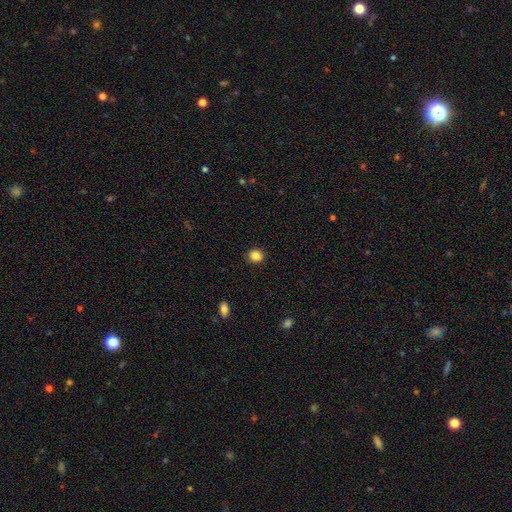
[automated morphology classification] Overall: smooth (85%). How rounded: round (85%). Merging: none (91%).